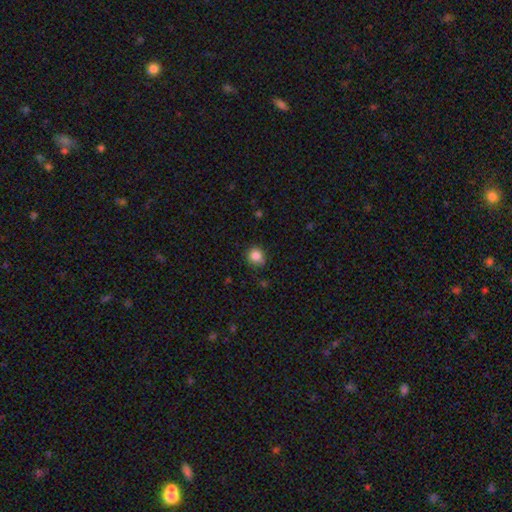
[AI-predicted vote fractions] Smooth or featured: smooth — 85% (star or artifact — 11%)
How rounded: round — 84% (in between — 15%)
Merging: none — 77% (minor disturbance — 18%)